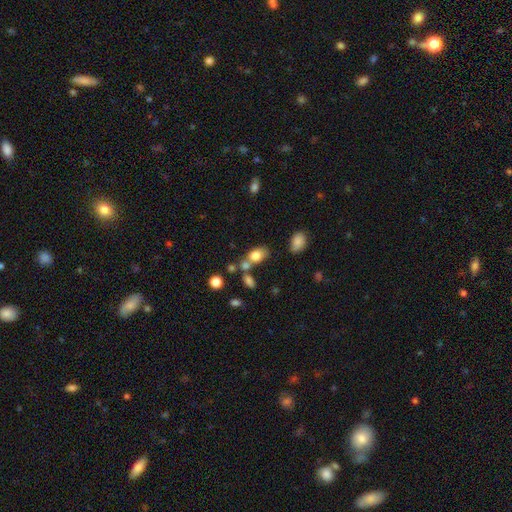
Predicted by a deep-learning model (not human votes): This appears to be a smooth galaxy with no disk features (78%) that is in between round and cigar-shaped (78%). Merging: none (47%).